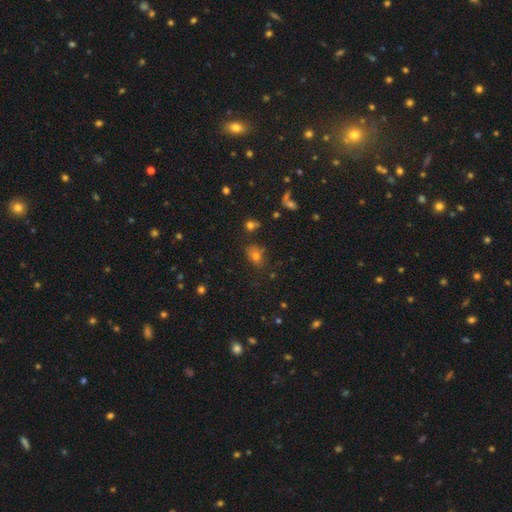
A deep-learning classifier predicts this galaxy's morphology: type=smooth (67%); roundness=in between (63%); merging=none (75%).